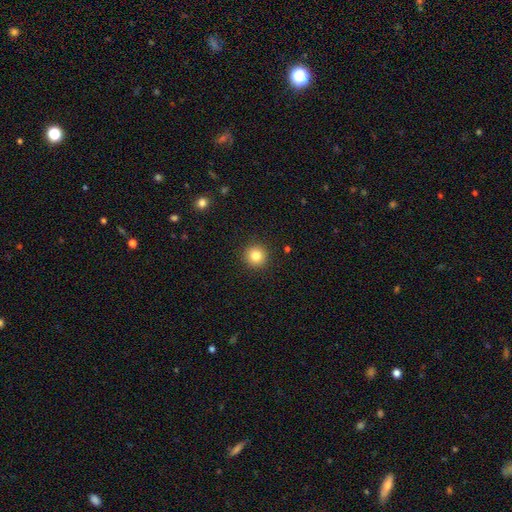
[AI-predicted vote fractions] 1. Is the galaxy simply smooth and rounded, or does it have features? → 83% smooth, 11% star or artifact, 6% featured or disk.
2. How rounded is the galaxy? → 95% round, 4% in between, 1% cigar-shaped.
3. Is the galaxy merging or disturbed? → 92% none, 5% minor disturbance, 2% major disturbance, 1% merger.